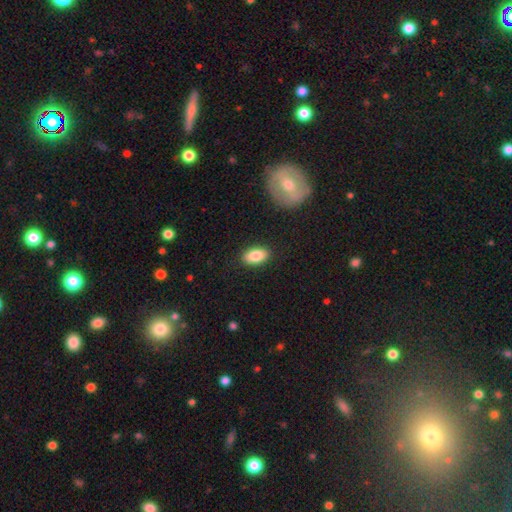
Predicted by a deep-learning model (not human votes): smooth-or-featured: smooth: 84% | featured or disk: 9% | star or artifact: 7%
  how-rounded: in between: 92% | round: 5% | cigar-shaped: 3%
  merging: none: 88% | minor disturbance: 8% | major disturbance: 2% | merger: 1%